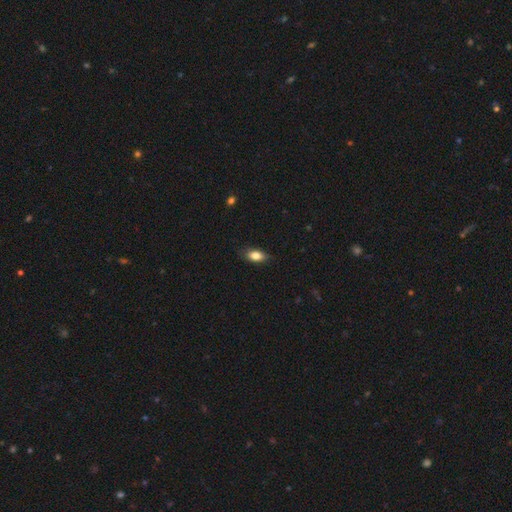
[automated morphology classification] Q: Smooth or featured?
A: smooth (81%); runner-up: featured or disk (11%)
Q: How rounded?
A: in between (86%); runner-up: cigar-shaped (8%)
Q: Merging?
A: none (80%); runner-up: minor disturbance (16%)